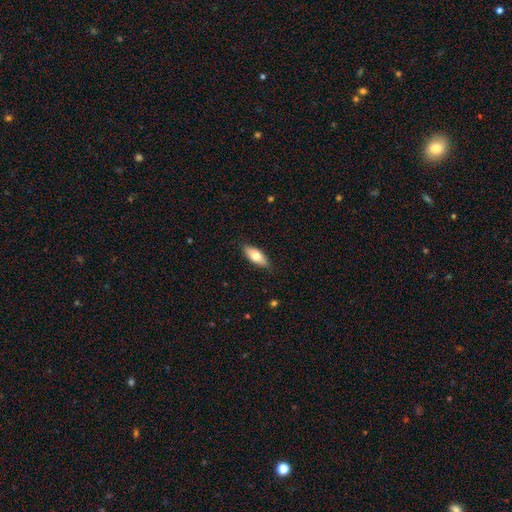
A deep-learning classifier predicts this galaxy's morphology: smooth 72%, featured or disk 22%, star or artifact 6%. Down the decision tree: how rounded — in between (74%); merging — none (84%).